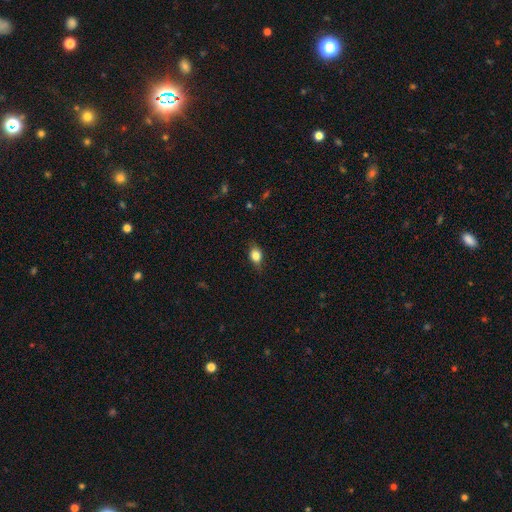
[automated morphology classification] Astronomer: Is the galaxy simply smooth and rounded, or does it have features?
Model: smooth — 79%.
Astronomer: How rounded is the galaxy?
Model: in between — 71%.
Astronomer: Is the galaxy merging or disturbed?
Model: none — 75%.